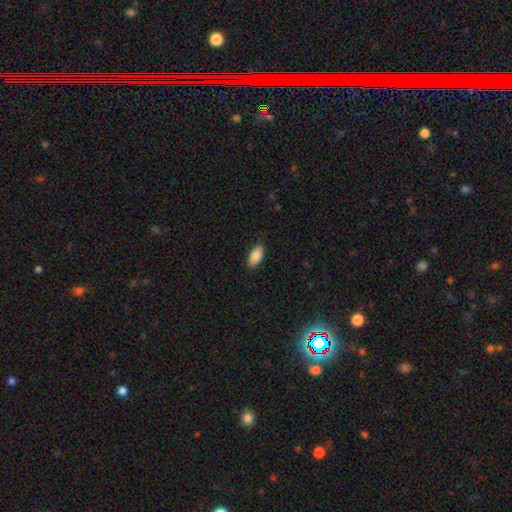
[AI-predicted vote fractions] This is clearly a smooth galaxy (87%). How rounded: clearly in between (93%). Merging: clearly none (86%).